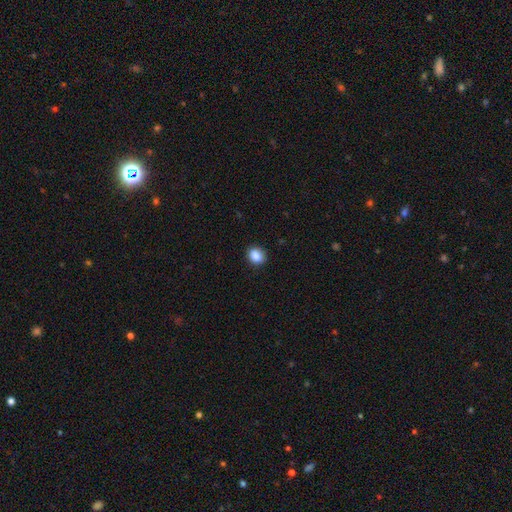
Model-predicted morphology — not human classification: The model was most divided on "how rounded": round: 57%, in between: 42%, cigar-shaped: 1%. More confident: merging — none (88%); smooth or featured — smooth (88%).